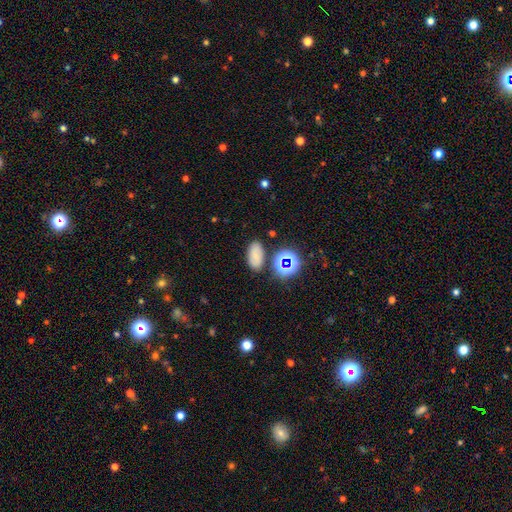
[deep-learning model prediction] Morphology: type=smooth (65%); roundness=in between (86%); merging=none (78%).